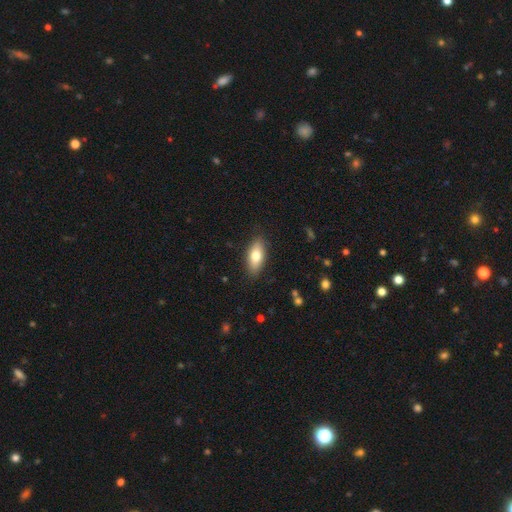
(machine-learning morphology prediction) Overall: smooth (74%). How rounded: in between (82%). Merging: none (86%).